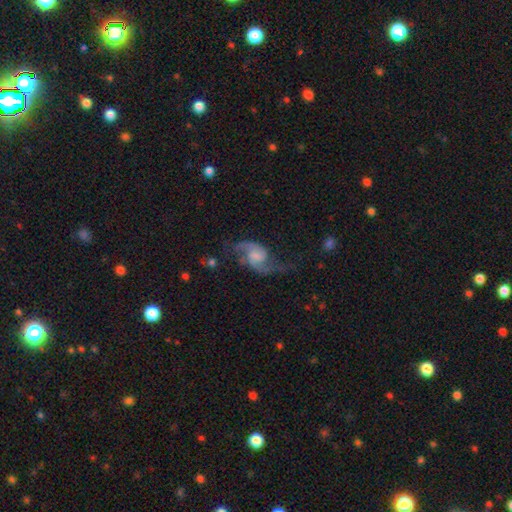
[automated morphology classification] A featured or disk galaxy (85%) with a weak bar (46%), 2 (91%) loose (53%) spiral arms (96%) and no central bulge (34%).

Vote fractions:
- Smooth or featured? featured or disk: 85% / smooth: 9% / star or artifact: 6%
- Edge-on disk? no: 98% / yes: 2%
- Bar? weak: 46% / no: 45% / strong: 9%
- Spiral arms? yes: 96% / no: 4%
- Spiral winding? loose: 53% / medium: 39% / tight: 9%
- Spiral arm count? 2: 91% / can't tell: 3% / 1: 2% / 3: 2% / 4: 1% / more than 4: 1%
- Bulge size? none: 34% / moderate: 27% / small: 26% / large: 11% / dominant: 2%
- Merging? none: 52% / major disturbance: 23% / minor disturbance: 21% / merger: 4%